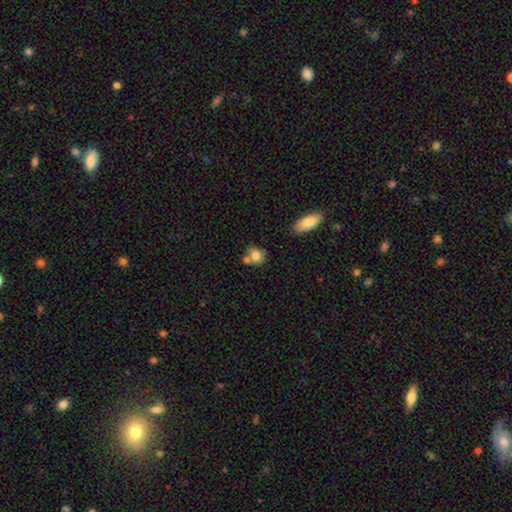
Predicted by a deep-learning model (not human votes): smooth_or_featured: smooth (p=0.79) [alt: featured or disk p=0.12]
how_rounded: round (p=0.72) [alt: in between p=0.27]
merging: none (p=0.52) [alt: merger p=0.29]